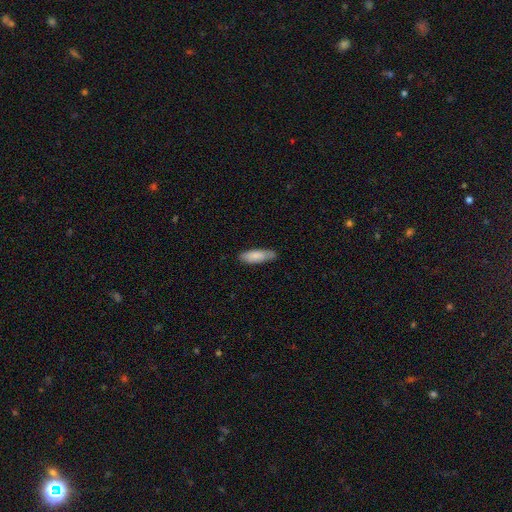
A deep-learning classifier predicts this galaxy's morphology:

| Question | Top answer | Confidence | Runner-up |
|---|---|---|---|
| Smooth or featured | smooth | 83% | featured or disk (11%) |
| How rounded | in between | 57% | cigar-shaped (42%) |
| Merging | none | 76% | minor disturbance (20%) |